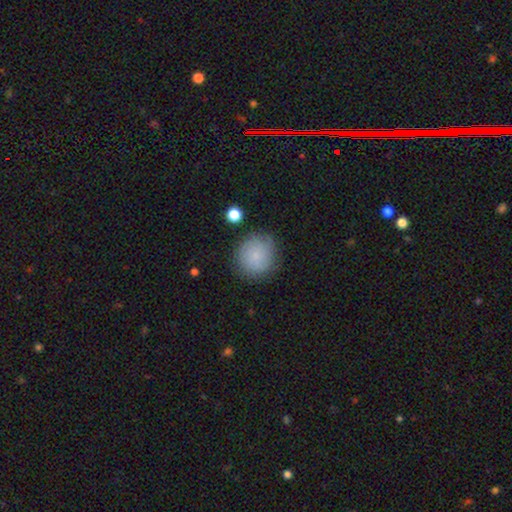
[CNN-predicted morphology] The model was most divided on "smooth or featured": smooth: 73%, featured or disk: 18%, star or artifact: 9%. More confident: how rounded — round (89%); merging — none (78%).